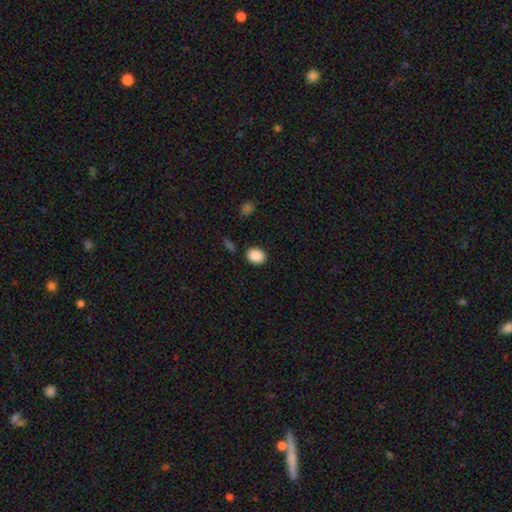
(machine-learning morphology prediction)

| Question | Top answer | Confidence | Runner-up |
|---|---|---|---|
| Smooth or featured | smooth | 89% | star or artifact (8%) |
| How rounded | in between | 53% | round (46%) |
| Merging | none | 88% | minor disturbance (8%) |